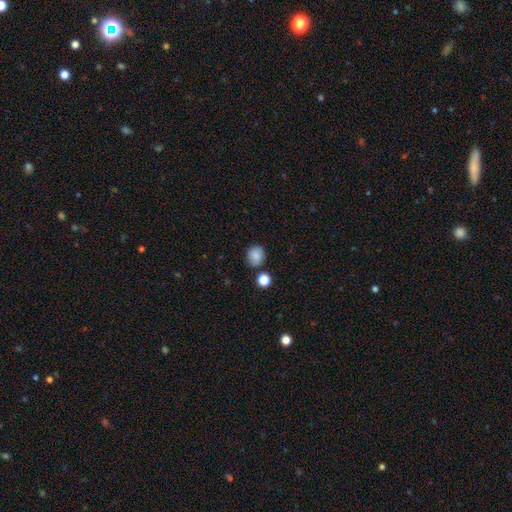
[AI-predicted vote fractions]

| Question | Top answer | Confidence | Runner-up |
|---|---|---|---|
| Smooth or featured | smooth | 83% | star or artifact (10%) |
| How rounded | round | 80% | in between (19%) |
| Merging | none | 80% | minor disturbance (12%) |